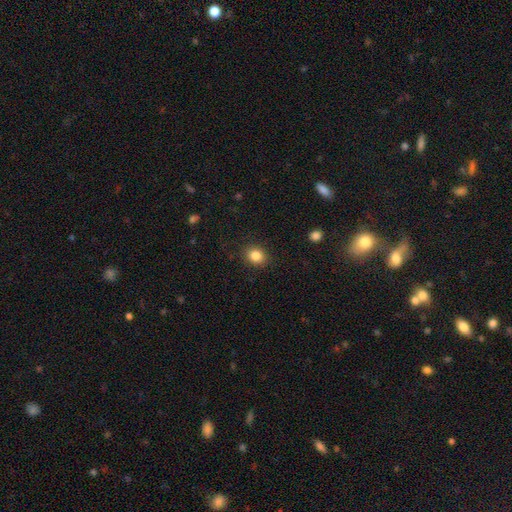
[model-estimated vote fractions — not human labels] This is clearly a smooth galaxy (85%). How rounded: possibly round (60%). Merging: clearly none (89%).